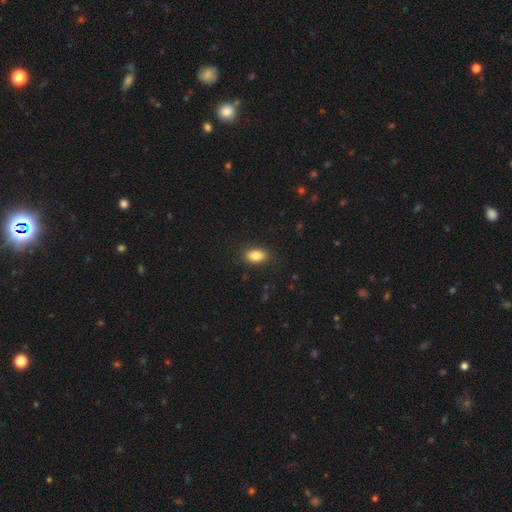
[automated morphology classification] Smooth or featured? smooth (85%)
How rounded? in between (89%)
Merging? none (88%)